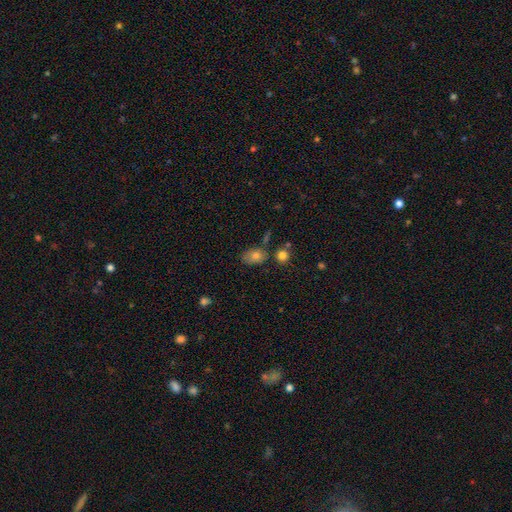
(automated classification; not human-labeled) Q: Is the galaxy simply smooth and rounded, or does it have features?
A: smooth — 77%.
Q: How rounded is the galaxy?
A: in between — 79%.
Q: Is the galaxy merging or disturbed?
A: none — 59%.